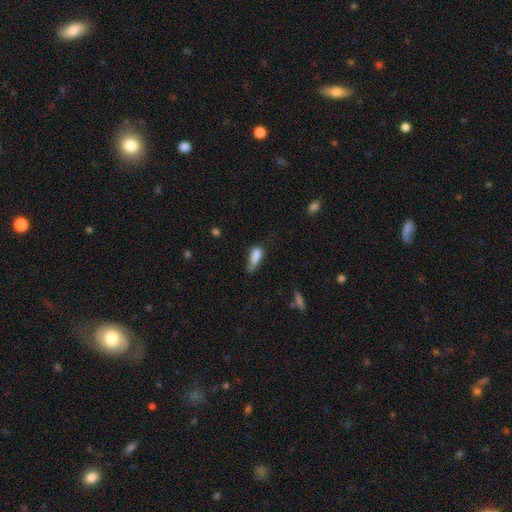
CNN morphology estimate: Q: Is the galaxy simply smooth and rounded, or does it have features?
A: smooth — 79%.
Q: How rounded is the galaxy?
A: in between — 71%.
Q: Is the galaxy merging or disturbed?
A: minor disturbance — 40%.